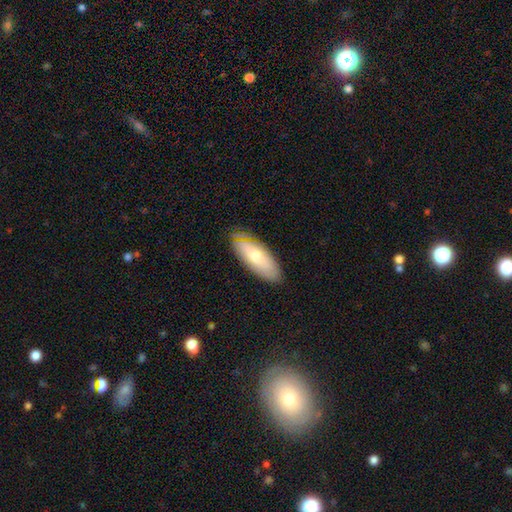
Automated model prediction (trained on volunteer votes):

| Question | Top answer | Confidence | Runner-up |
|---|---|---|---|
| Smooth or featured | smooth | 58% | featured or disk (34%) |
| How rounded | in between | 74% | cigar-shaped (23%) |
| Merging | none | 77% | minor disturbance (17%) |